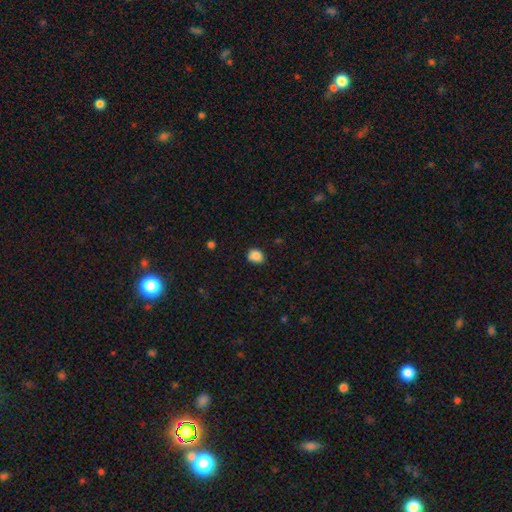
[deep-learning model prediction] A smooth galaxy with no disk features (85%) that is round (60%). Merging: none (76%).